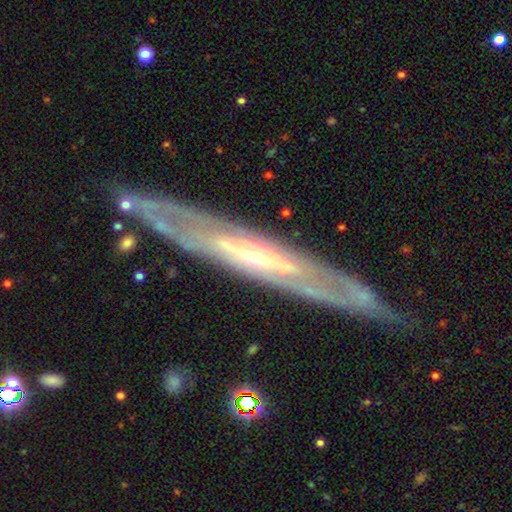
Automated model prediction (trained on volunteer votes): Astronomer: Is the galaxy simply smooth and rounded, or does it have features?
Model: featured or disk — 81%.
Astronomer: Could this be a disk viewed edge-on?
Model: yes — 58% (runner-up: no, 42%).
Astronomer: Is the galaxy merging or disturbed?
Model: none — 79%.